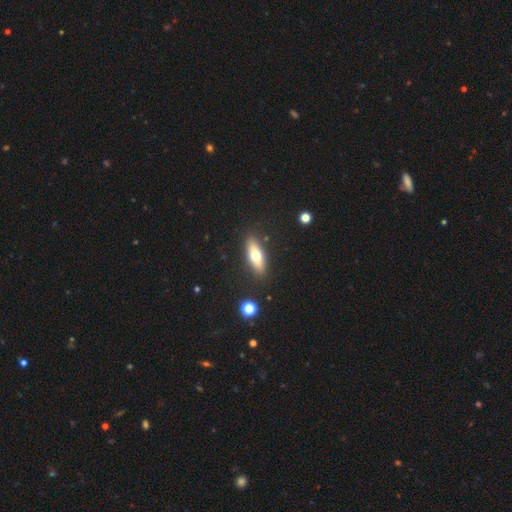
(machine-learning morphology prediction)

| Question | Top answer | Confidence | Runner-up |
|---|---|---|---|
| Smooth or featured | smooth | 59% | featured or disk (34%) |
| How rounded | in between | 54% | cigar-shaped (43%) |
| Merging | none | 87% | minor disturbance (9%) |